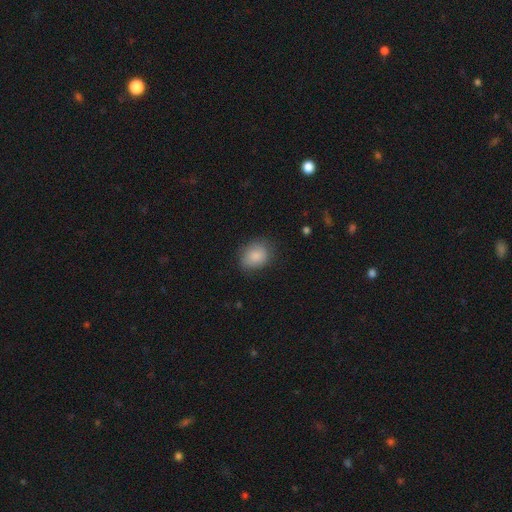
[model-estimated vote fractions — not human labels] Smooth or featured?
  - smooth: 87% *
  - star or artifact: 7%
  - featured or disk: 6%
How rounded?
  - in between: 51% *
  - round: 48%
  - cigar-shaped: 1%
Merging?
  - none: 77% *
  - minor disturbance: 17%
  - major disturbance: 5%
  - merger: 1%